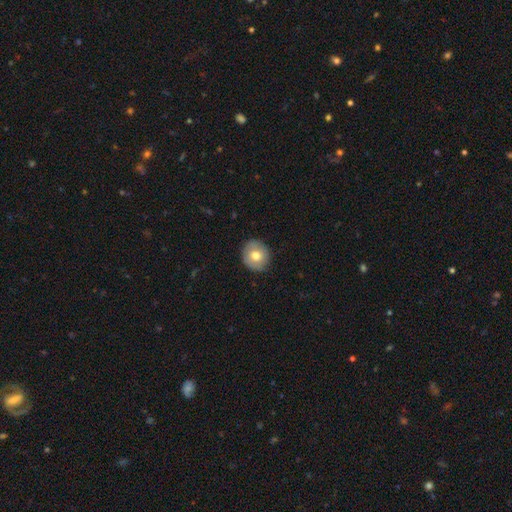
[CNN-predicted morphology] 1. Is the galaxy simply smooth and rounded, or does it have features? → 73% smooth, 20% featured or disk, 8% star or artifact.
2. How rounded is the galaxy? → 87% round, 12% in between, 1% cigar-shaped.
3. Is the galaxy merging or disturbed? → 87% none, 10% minor disturbance, 2% major disturbance, 1% merger.